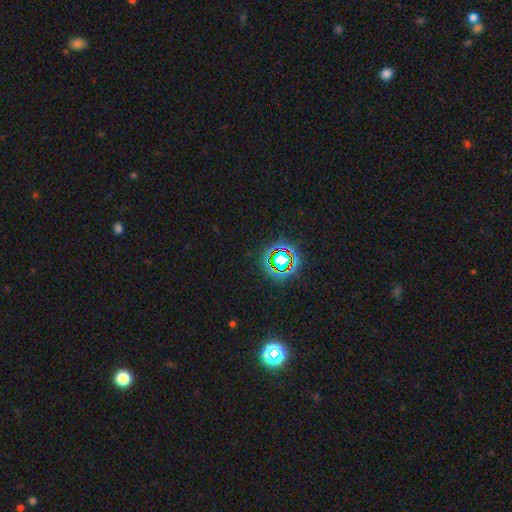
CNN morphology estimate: Smooth or featured?
  - star or artifact: 77% *
  - smooth: 14%
  - featured or disk: 10%